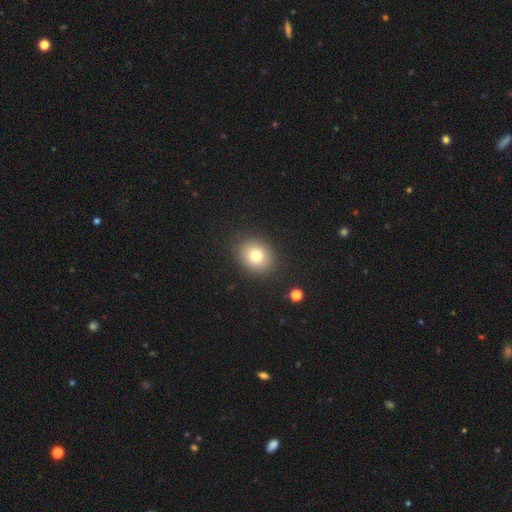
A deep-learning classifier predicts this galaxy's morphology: Smooth or featured? smooth (77%)
How rounded? round (64%)
Merging? none (88%)